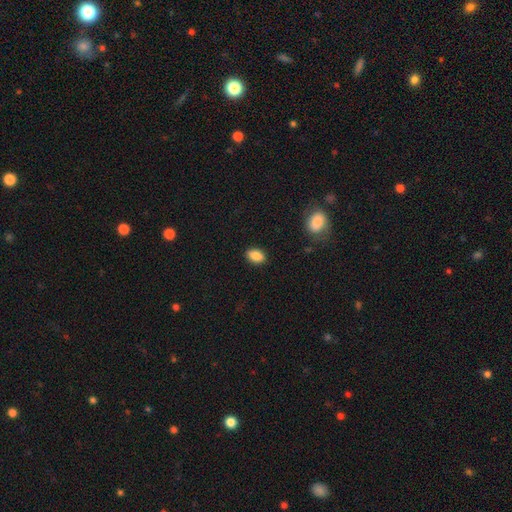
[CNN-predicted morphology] A smooth galaxy with no disk features (88%) that is in between round and cigar-shaped (87%). Merging: none (88%).